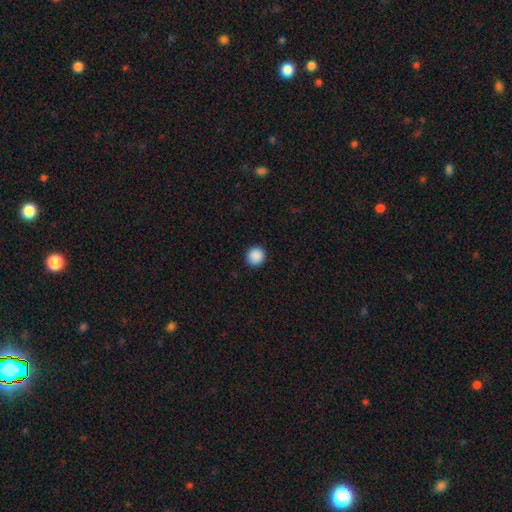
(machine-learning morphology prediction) Q: Smooth or featured?
A: smooth (90%); runner-up: star or artifact (8%)
Q: How rounded?
A: round (92%); runner-up: in between (8%)
Q: Merging?
A: none (93%); runner-up: minor disturbance (5%)